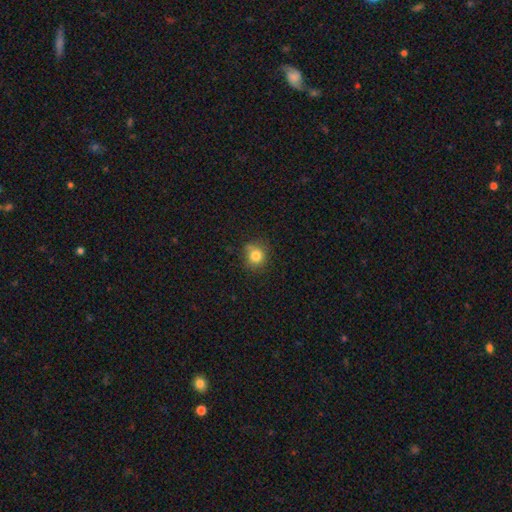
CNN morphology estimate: This is clearly a smooth galaxy (82%). How rounded: clearly round (82%). Merging: likely none (76%).